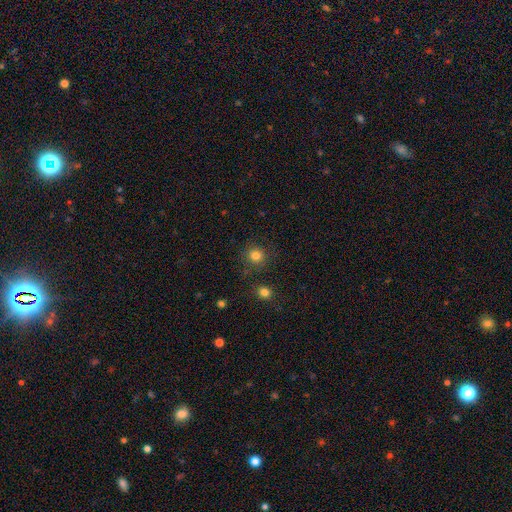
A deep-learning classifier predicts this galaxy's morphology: This is clearly a smooth galaxy (82%). How rounded: clearly round (91%). Merging: clearly none (85%).